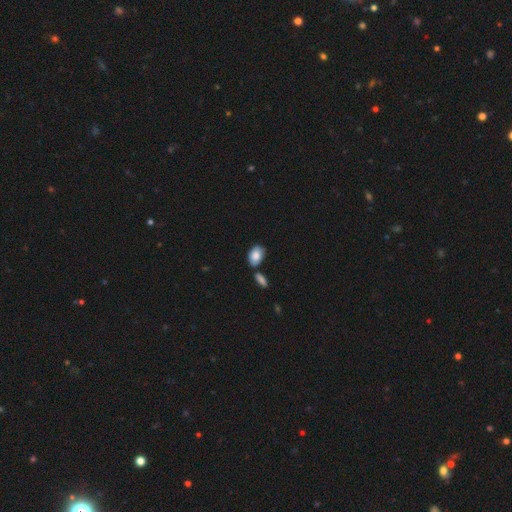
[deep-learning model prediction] Smooth or featured: smooth — 82% (featured or disk — 11%)
How rounded: in between — 87% (round — 11%)
Merging: none — 62% (minor disturbance — 20%)